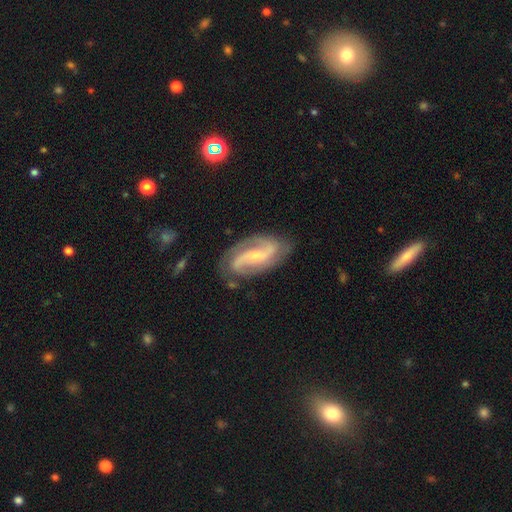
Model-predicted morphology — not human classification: A featured or disk galaxy (88%) with a weak bar (40%), 2 (88%) medium (48%) spiral arms (97%) and a small central bulge (66%).

Vote fractions:
- Smooth or featured? featured or disk: 88% / smooth: 7% / star or artifact: 5%
- Edge-on disk? no: 96% / yes: 4%
- Bar? weak: 40% / no: 36% / strong: 24%
- Spiral arms? yes: 97% / no: 3%
- Spiral winding? medium: 48% / loose: 30% / tight: 22%
- Spiral arm count? 2: 88% / can't tell: 4% / 3: 3% / 1: 2% / 4: 1% / more than 4: 1%
- Bulge size? small: 66% / moderate: 26% / none: 5% / large: 2% / dominant: 1%
- Merging? none: 77% / minor disturbance: 16% / major disturbance: 5% / merger: 2%